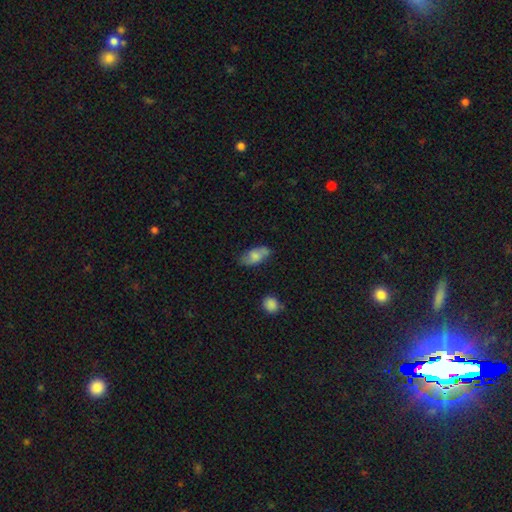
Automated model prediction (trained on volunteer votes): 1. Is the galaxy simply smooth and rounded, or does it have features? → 68% smooth, 25% featured or disk, 7% star or artifact.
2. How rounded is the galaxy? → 87% in between, 9% cigar-shaped, 4% round.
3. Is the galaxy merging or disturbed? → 68% none, 24% minor disturbance, 5% major disturbance, 3% merger.